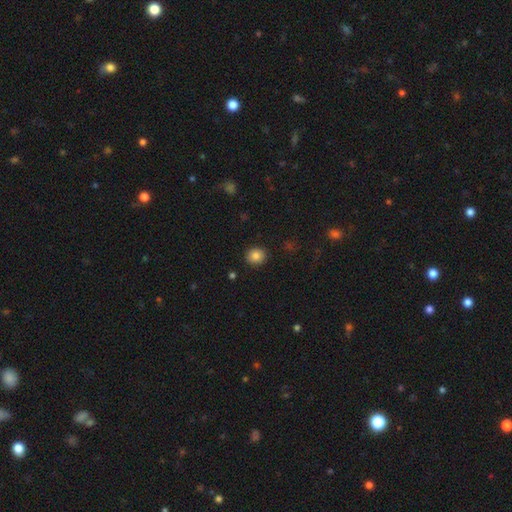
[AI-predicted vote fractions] Smooth or featured? smooth (85%)
How rounded? round (79%)
Merging? none (90%)